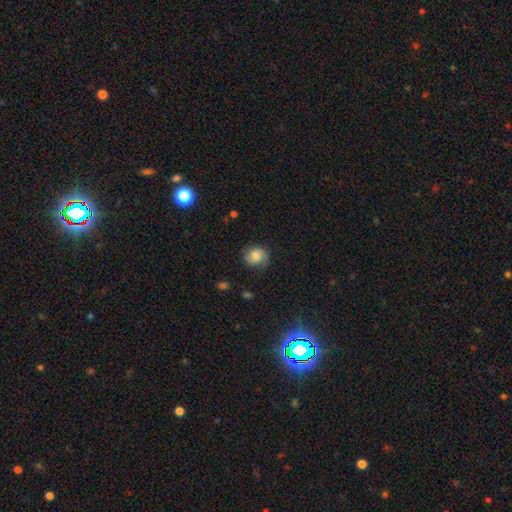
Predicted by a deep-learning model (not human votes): Smooth or featured? smooth (72%)
How rounded? round (76%)
Merging? none (66%)